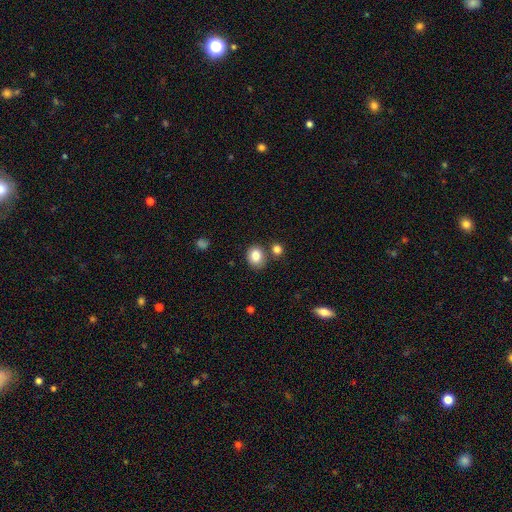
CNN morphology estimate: Overall: smooth (84%). How rounded: round (61%; in between 38%). Merging: none (74%).